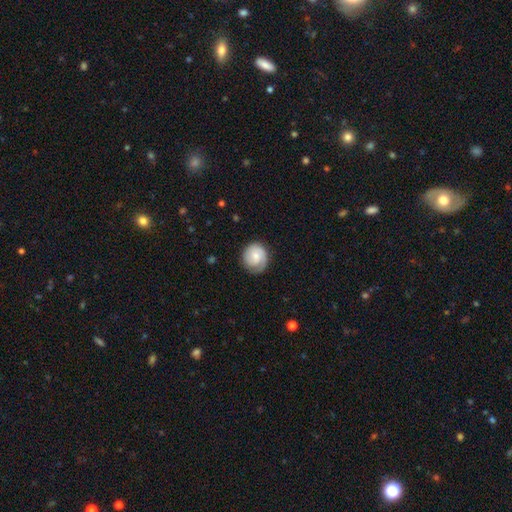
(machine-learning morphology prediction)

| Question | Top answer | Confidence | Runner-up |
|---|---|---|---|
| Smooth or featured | featured or disk | 51% | smooth (42%) |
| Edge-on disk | no | 98% | yes (2%) |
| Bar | no | 73% | weak (24%) |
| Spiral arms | yes | 87% | no (13%) |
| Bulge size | small | 51% | moderate (42%) |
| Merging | none | 74% | minor disturbance (19%) |